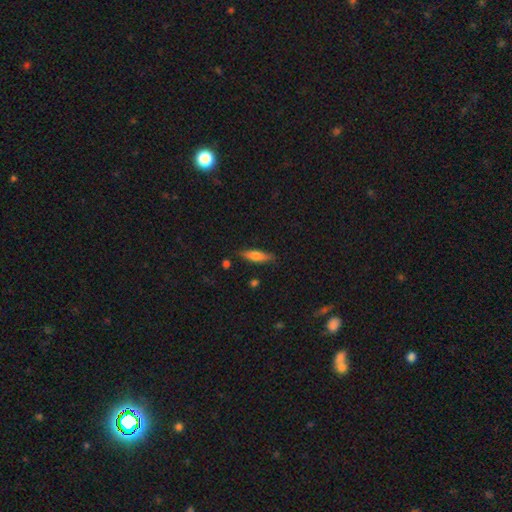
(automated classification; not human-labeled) Morphology: type=smooth (70%); roundness=cigar-shaped (62%); merging=none (83%).